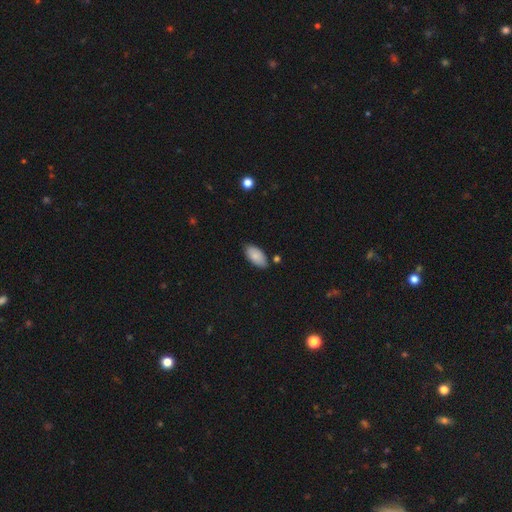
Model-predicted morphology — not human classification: smooth_or_featured: smooth (p=0.85) [alt: featured or disk p=0.09]
how_rounded: in between (p=0.93) [alt: cigar-shaped p=0.05]
merging: none (p=0.78) [alt: minor disturbance p=0.15]